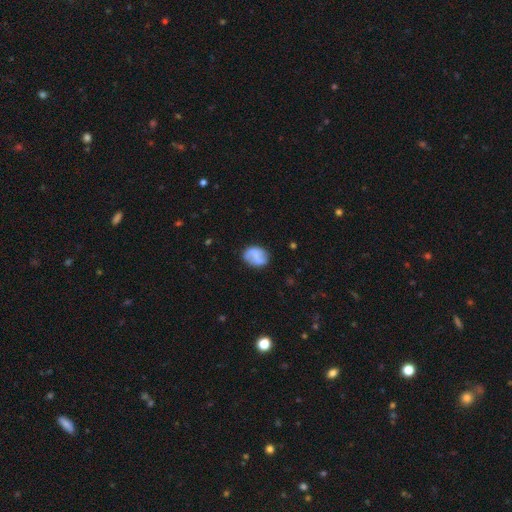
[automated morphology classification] Smooth or featured? Predicted: smooth (p=0.57). How rounded? Predicted: in between (p=0.58). Merging? Predicted: none (p=0.69).